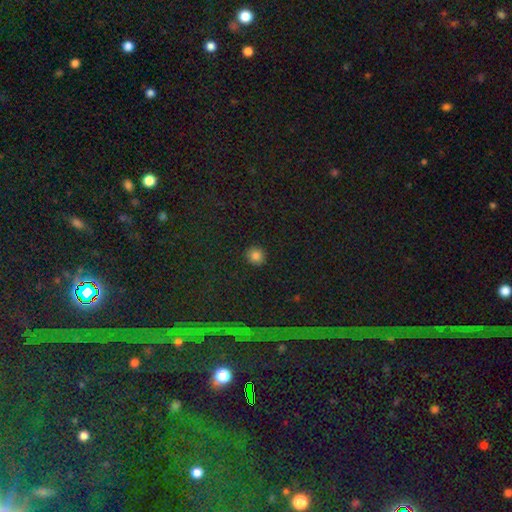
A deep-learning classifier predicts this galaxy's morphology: smooth-or-featured: smooth: 83% | star or artifact: 12% | featured or disk: 5%
  how-rounded: round: 89% | in between: 10% | cigar-shaped: 1%
  merging: none: 91% | minor disturbance: 6% | major disturbance: 2% | merger: 1%